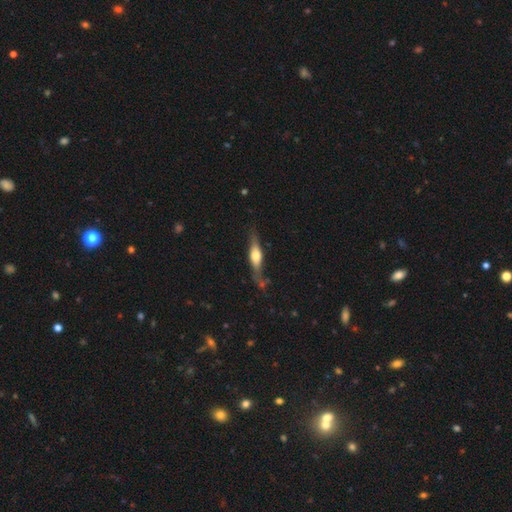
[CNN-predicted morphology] The model was most divided on "smooth or featured": featured or disk: 55%, smooth: 39%, star or artifact: 6%. More confident: edge-on disk — yes (88%); merging — none (66%).